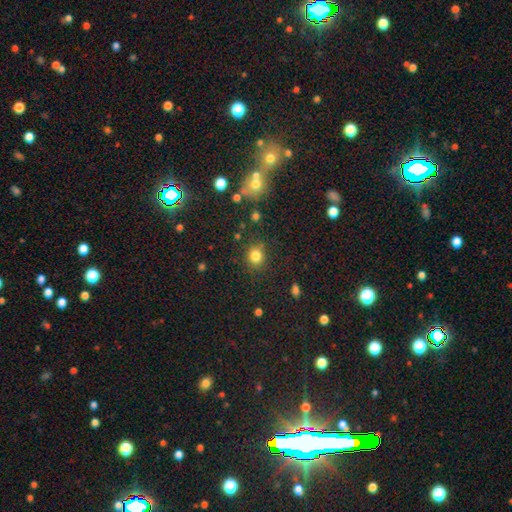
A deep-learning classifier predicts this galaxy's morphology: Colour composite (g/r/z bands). It shows a smooth galaxy with no disk features (82%) that is round (80%). Merging: none (84%).